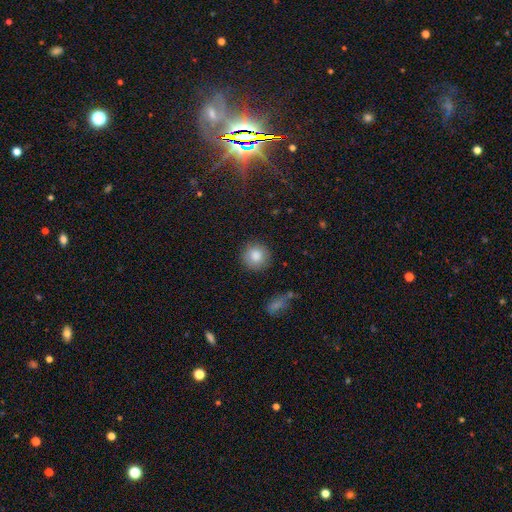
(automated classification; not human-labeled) Overall: smooth (84%). How rounded: round (93%). Merging: none (87%).